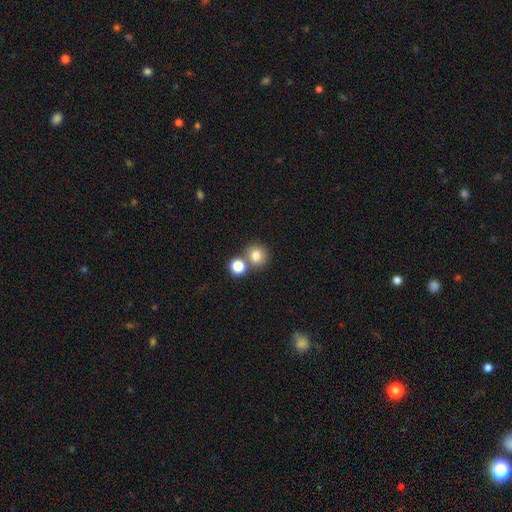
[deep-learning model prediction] A smooth galaxy with no disk features (78%) that is round (88%).

Vote fractions:
- Smooth or featured? smooth: 78% / star or artifact: 13% / featured or disk: 9%
- How rounded? round: 88% / in between: 11% / cigar-shaped: 1%
- Merging? none: 62% / merger: 28% / minor disturbance: 7% / major disturbance: 3%